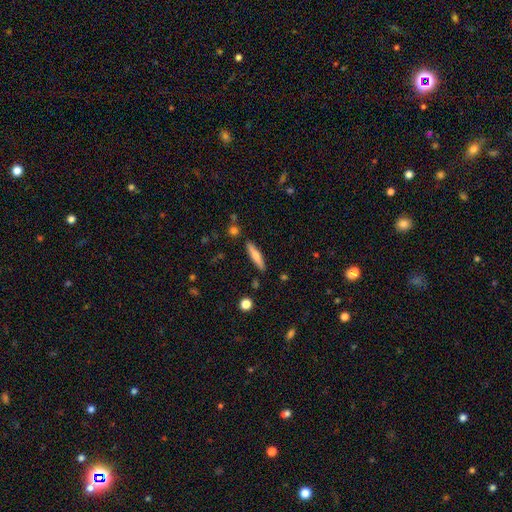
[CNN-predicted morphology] Q: Smooth or featured?
A: smooth (64%); runner-up: featured or disk (30%)
Q: How rounded?
A: cigar-shaped (86%); runner-up: in between (12%)
Q: Merging?
A: none (86%); runner-up: minor disturbance (9%)